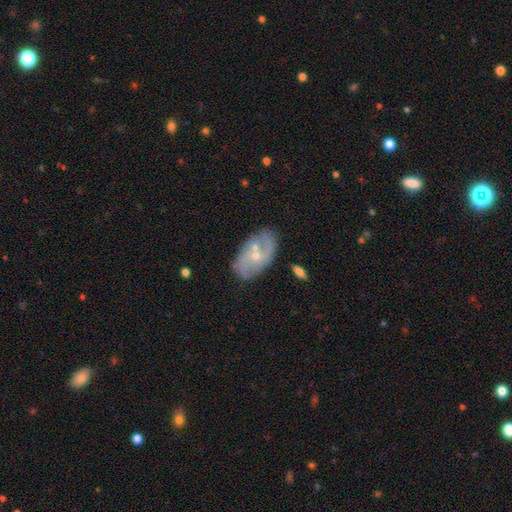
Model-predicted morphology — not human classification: The model was most divided on "bulge size": small: 67%, moderate: 29%, none: 1%, large: 1%, dominant: 1%. More confident: edge-on disk — no (94%); spiral arms — yes (71%); bar — no (68%); smooth or featured — featured or disk (68%); merging — none (67%).